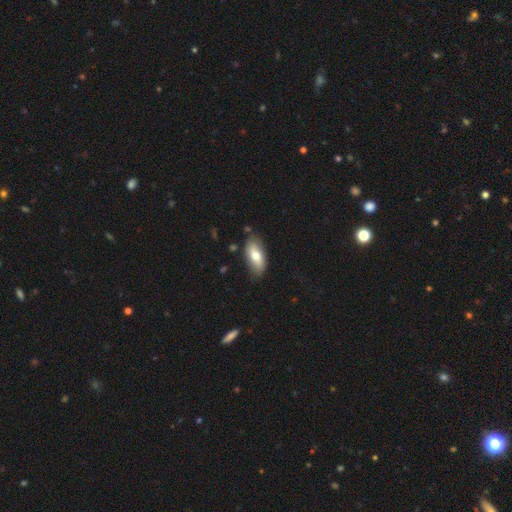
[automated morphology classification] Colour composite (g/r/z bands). It shows a smooth galaxy with no disk features (68%) that is in between round and cigar-shaped (88%). Merging: none (80%).